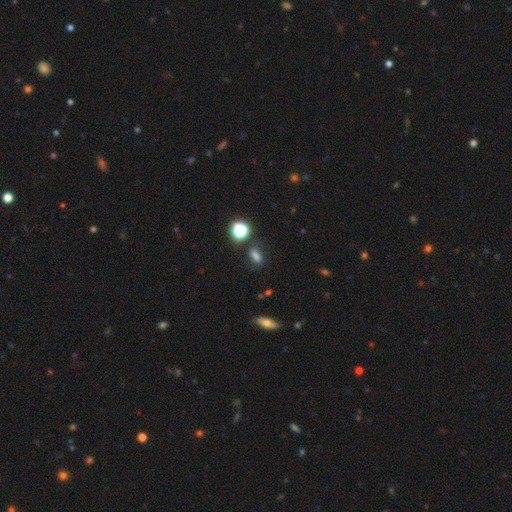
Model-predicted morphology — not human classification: type=smooth (69%); roundness=in between (67%); merging=none (75%).